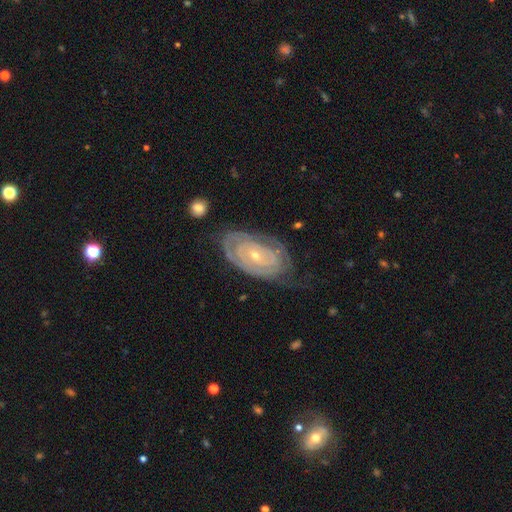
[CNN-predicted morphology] smooth-or-featured: featured or disk: 84% | smooth: 10% | star or artifact: 5%
  disk-edge-on: no: 96% | yes: 4%
    bar: no: 65% | weak: 26% | strong: 9%
    has-spiral-arms: yes: 90% | no: 10%
      spiral-winding: tight: 82% | medium: 14% | loose: 4%
      spiral-arm-count: can't tell: 43% | 2: 31% | 3: 11% | 1: 6% | 4: 6% | more than 4: 4%
    bulge-size: small: 69% | moderate: 29% | large: 1% | none: 1% | dominant: 1%
  merging: none: 63% | minor disturbance: 23% | major disturbance: 12% | merger: 2%